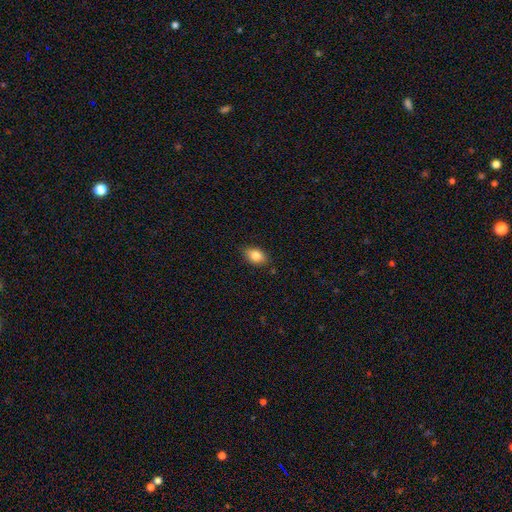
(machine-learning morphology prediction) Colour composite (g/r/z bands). It shows a smooth galaxy with no disk features (83%) that is in between round and cigar-shaped (82%). Merging: none (85%).